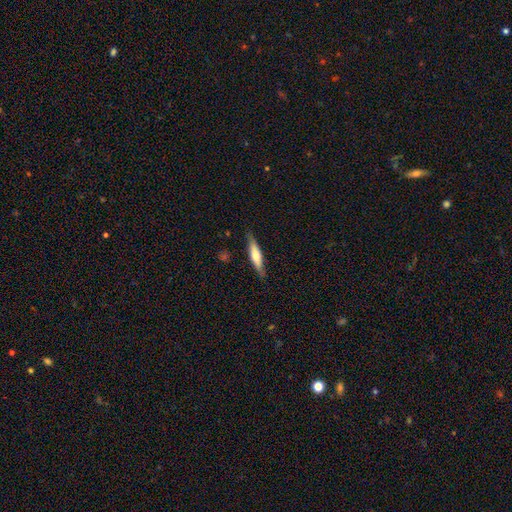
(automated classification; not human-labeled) Morphology: type=smooth (54%); roundness=cigar-shaped (82%); merging=none (83%).